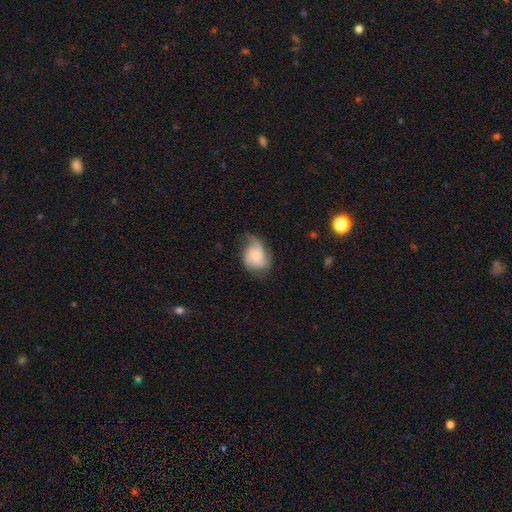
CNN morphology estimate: Smooth or featured? featured or disk (53%)
Edge-on disk? no (97%)
Bar? no (72%)
Spiral arms? yes (87%)
Bulge size? small (42%)
Merging? none (41%)